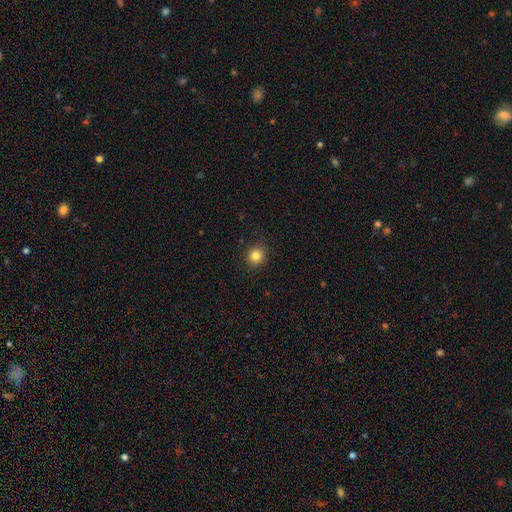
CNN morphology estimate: Q: Smooth or featured?
A: smooth (83%); runner-up: star or artifact (12%)
Q: How rounded?
A: round (86%); runner-up: in between (13%)
Q: Merging?
A: none (91%); runner-up: minor disturbance (6%)